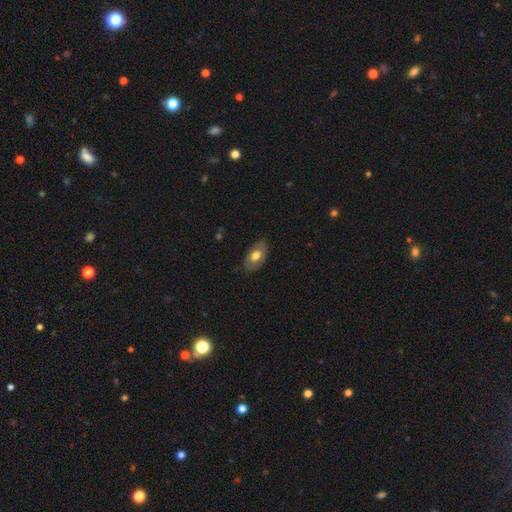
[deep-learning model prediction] Morphology: type=smooth (60%); roundness=in between (91%); merging=none (77%).